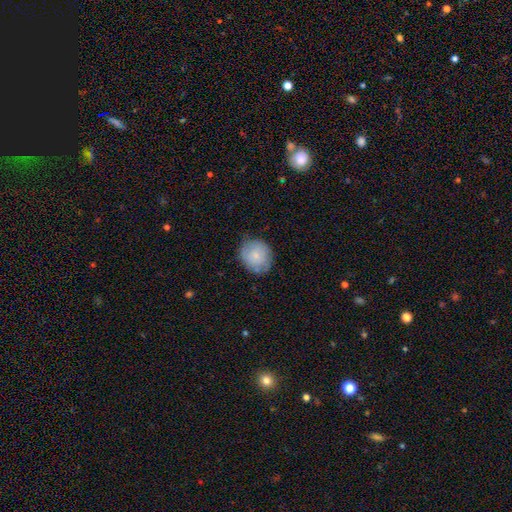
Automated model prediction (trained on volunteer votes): Q: Smooth or featured?
A: smooth (74%); runner-up: featured or disk (20%)
Q: How rounded?
A: round (78%); runner-up: in between (21%)
Q: Merging?
A: none (72%); runner-up: minor disturbance (22%)